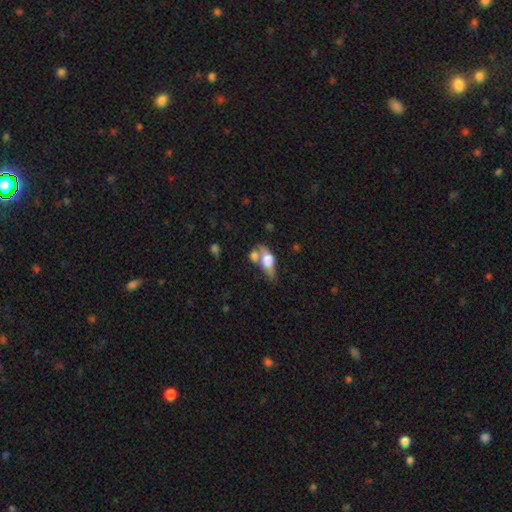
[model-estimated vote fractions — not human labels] A smooth galaxy with no disk features (54%) that is in between round and cigar-shaped (68%).

Vote fractions:
- Smooth or featured? smooth: 54% / featured or disk: 38% / star or artifact: 9%
- How rounded? in between: 68% / cigar-shaped: 18% / round: 14%
- Merging? merger: 40% / none: 35% / minor disturbance: 15% / major disturbance: 10%